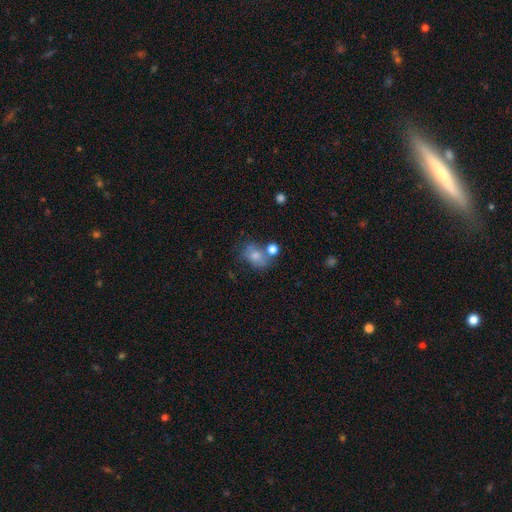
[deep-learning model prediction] Smooth or featured: smooth — 71% (featured or disk — 18%)
How rounded: in between — 68% (round — 31%)
Merging: none — 44% (merger — 26%)